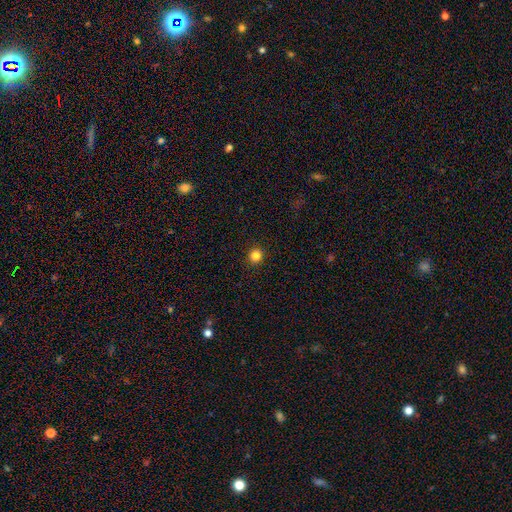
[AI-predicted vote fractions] This appears to be a smooth galaxy with no disk features (83%) that is round (91%). Merging: none (92%).